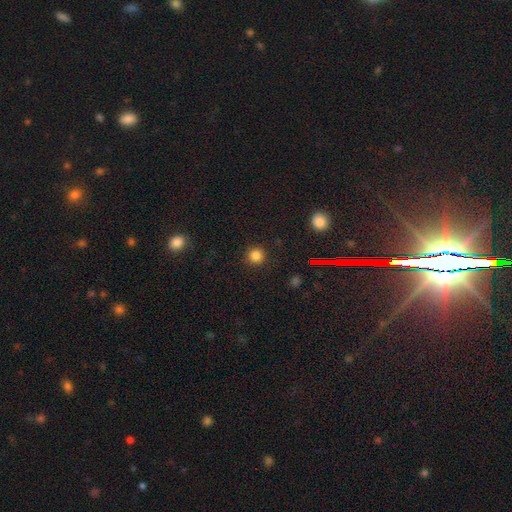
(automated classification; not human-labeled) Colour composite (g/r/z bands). It shows a smooth galaxy with no disk features (82%) that is round (93%). Merging: none (91%).